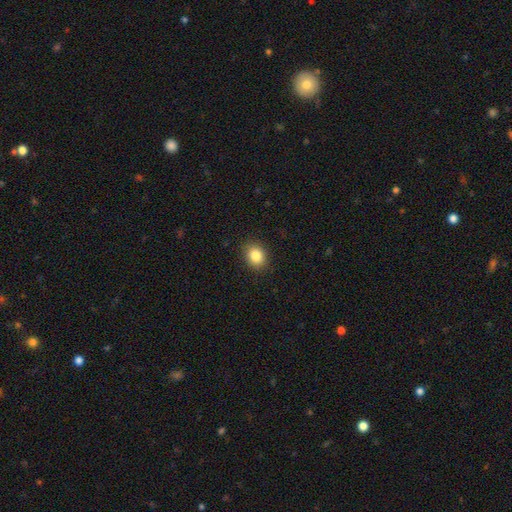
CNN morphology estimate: smooth_or_featured: smooth (p=0.85) [alt: star or artifact p=0.10]
how_rounded: round (p=0.54) [alt: in between p=0.45]
merging: none (p=0.89) [alt: minor disturbance p=0.08]